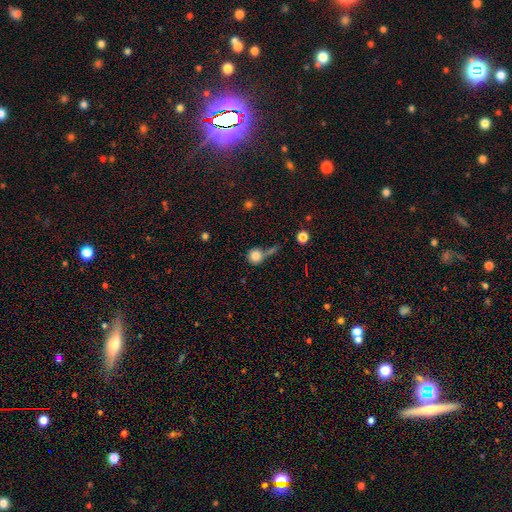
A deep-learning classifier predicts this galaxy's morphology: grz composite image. It shows a smooth galaxy with no disk features (80%) that is round (90%). Merging: none (48%).